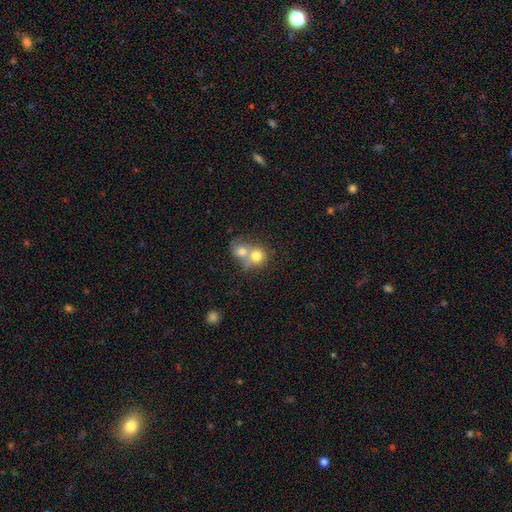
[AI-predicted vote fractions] This appears to be a smooth galaxy with no disk features (74%) that is round (75%). Merging: merger (70%).